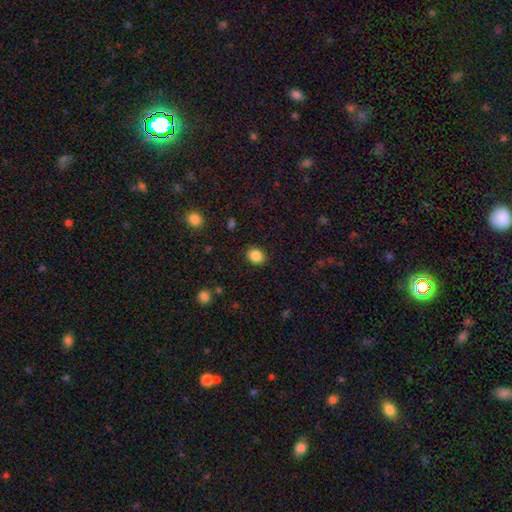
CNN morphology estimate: Smooth or featured?
  - smooth: 86% *
  - star or artifact: 10%
  - featured or disk: 5%
How rounded?
  - round: 58% *
  - in between: 41%
  - cigar-shaped: 1%
Merging?
  - none: 89% *
  - minor disturbance: 8%
  - major disturbance: 2%
  - merger: 1%